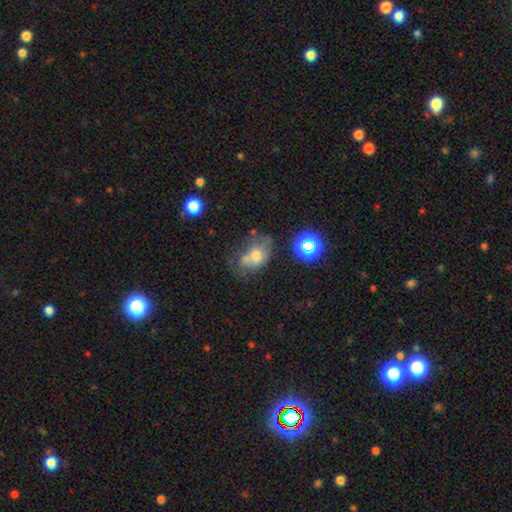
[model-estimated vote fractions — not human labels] This appears to be a smooth galaxy with no disk features (56%) that is in between round and cigar-shaped (70%). Merging: merger (33%).